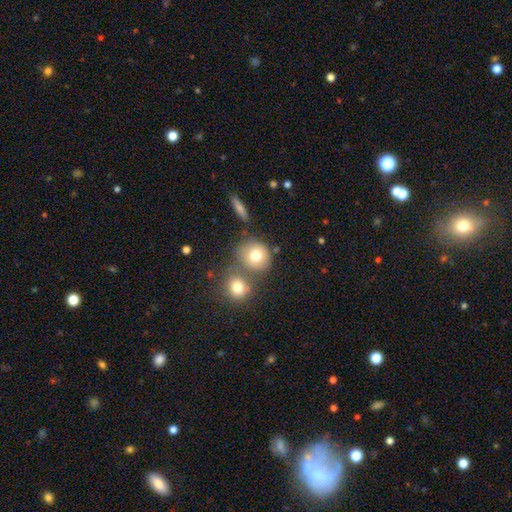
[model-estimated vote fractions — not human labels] Overall: smooth (76%). How rounded: round (85%). Merging: none (53%; merger 31%).